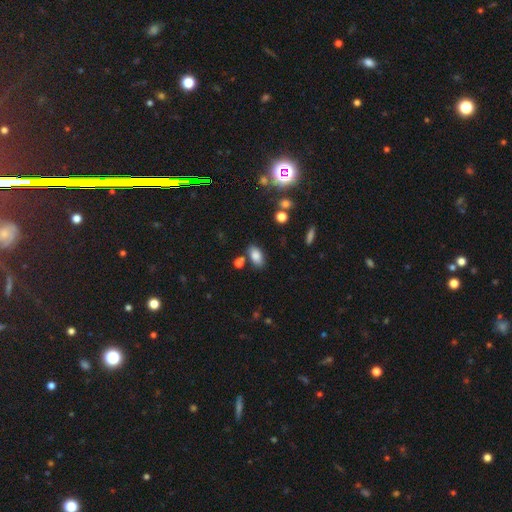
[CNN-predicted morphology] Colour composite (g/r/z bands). It shows a smooth galaxy with no disk features (82%) that is in between round and cigar-shaped (91%). Merging: none (72%).